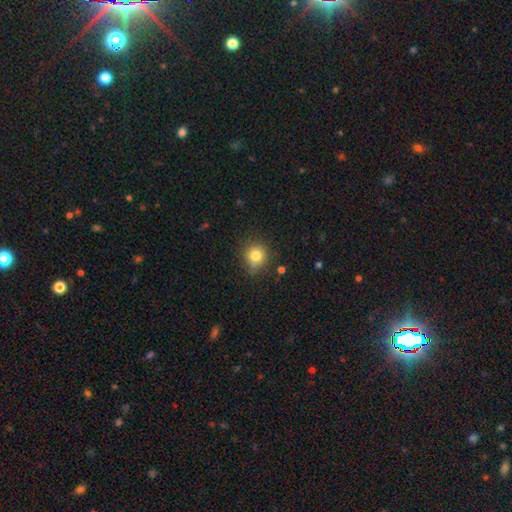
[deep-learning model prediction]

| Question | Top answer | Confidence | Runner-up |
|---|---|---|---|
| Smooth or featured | smooth | 80% | star or artifact (12%) |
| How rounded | round | 89% | in between (11%) |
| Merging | none | 76% | minor disturbance (17%) |